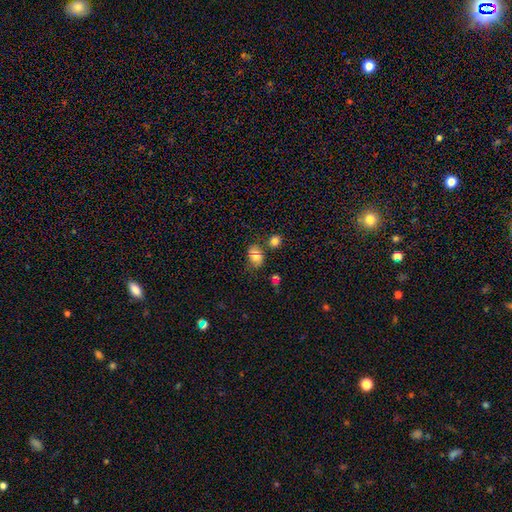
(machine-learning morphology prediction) Smooth or featured: smooth — 78% (featured or disk — 12%)
How rounded: in between — 78% (round — 21%)
Merging: none — 65% (minor disturbance — 19%)